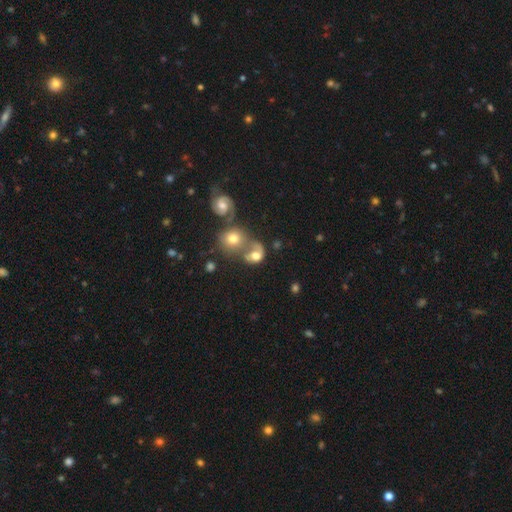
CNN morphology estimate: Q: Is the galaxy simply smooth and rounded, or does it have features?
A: smooth — 56%.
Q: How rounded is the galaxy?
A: round — 52%.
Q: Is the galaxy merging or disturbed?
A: merger — 60%.